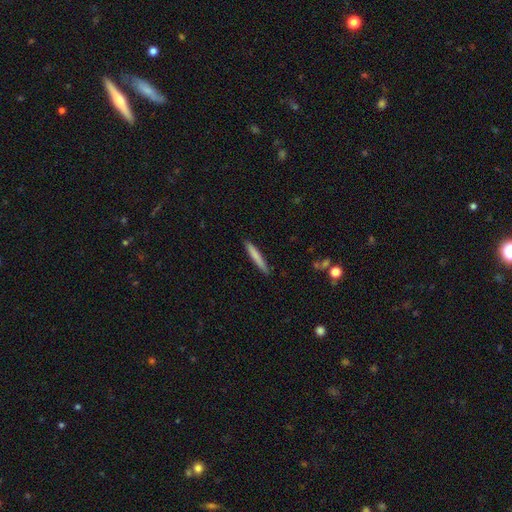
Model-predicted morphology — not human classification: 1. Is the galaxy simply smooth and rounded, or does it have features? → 78% smooth, 17% featured or disk, 6% star or artifact.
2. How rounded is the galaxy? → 95% cigar-shaped, 3% in between, 1% round.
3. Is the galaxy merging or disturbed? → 90% none, 7% minor disturbance, 1% major disturbance, 1% merger.